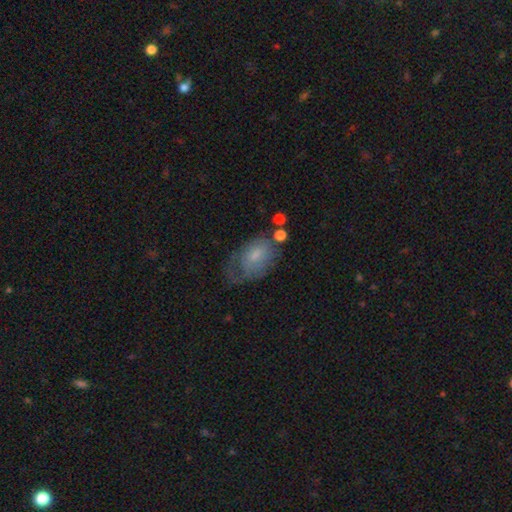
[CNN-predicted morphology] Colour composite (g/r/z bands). It shows a smooth galaxy with no disk features (55%) that is in between round and cigar-shaped (85%). Merging: none (33%).